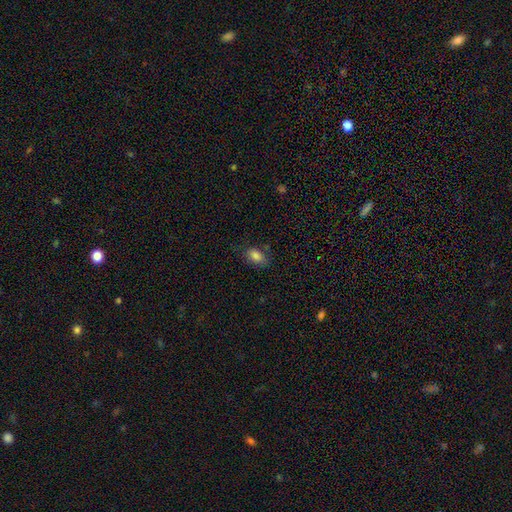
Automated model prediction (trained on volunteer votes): Smooth or featured?
  - smooth: 84% *
  - star or artifact: 10%
  - featured or disk: 6%
How rounded?
  - in between: 86% *
  - round: 12%
  - cigar-shaped: 2%
Merging?
  - none: 74% *
  - minor disturbance: 19%
  - major disturbance: 5%
  - merger: 2%